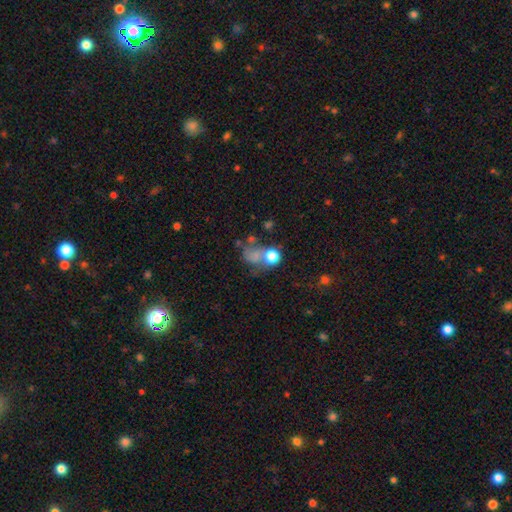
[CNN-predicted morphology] A smooth galaxy with no disk features (61%) that is round (66%). Merging: none (32%).